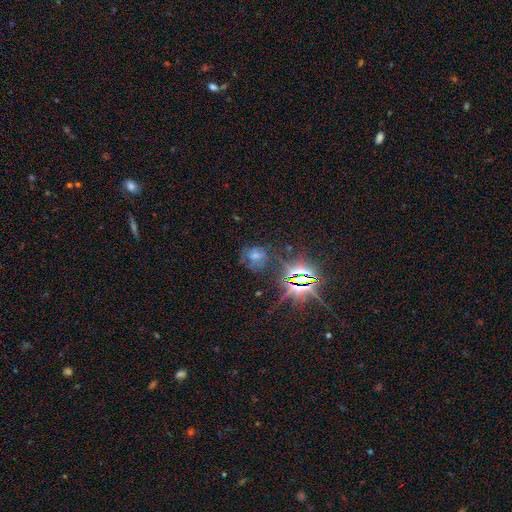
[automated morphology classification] Overall: star or artifact (40%; smooth 33%).